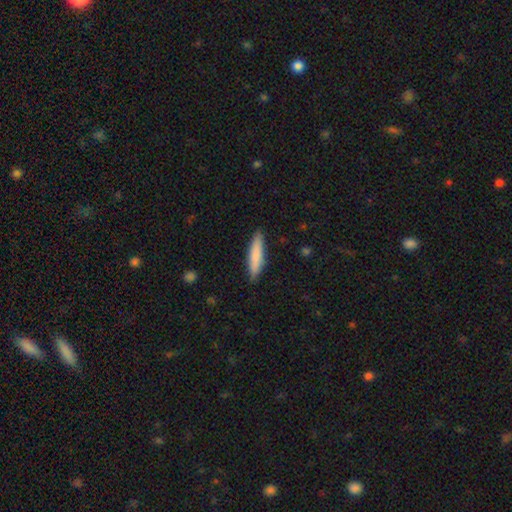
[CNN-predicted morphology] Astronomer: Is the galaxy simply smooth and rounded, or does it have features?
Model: smooth — 80%.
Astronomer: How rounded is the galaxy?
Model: cigar-shaped — 83%.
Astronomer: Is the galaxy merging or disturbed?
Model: none — 88%.